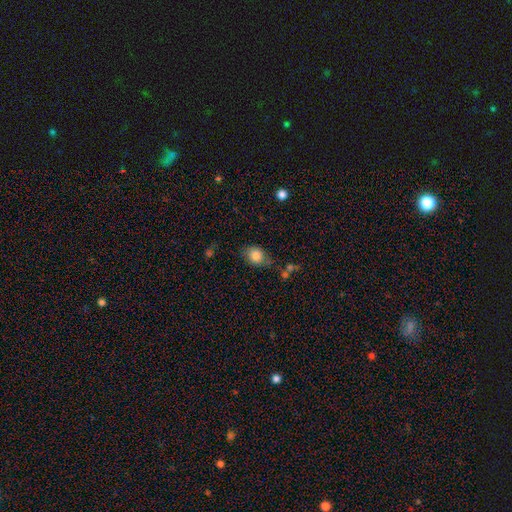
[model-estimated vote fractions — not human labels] Morphology: type=smooth (83%); roundness=in between (52%); merging=none (65%).